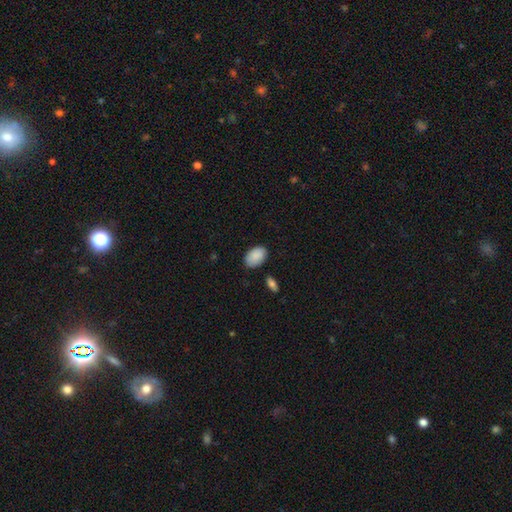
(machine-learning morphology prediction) Smooth or featured?
  - smooth: 89% *
  - star or artifact: 6%
  - featured or disk: 5%
How rounded?
  - in between: 90% *
  - round: 9%
  - cigar-shaped: 1%
Merging?
  - none: 80% *
  - minor disturbance: 15%
  - major disturbance: 3%
  - merger: 2%